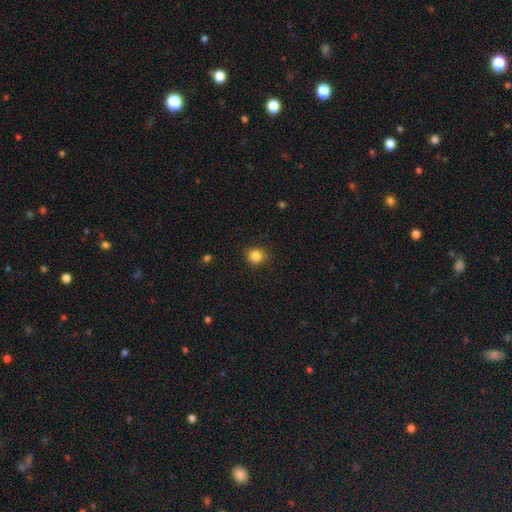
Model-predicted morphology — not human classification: The model was most divided on "smooth or featured": smooth: 85%, star or artifact: 11%, featured or disk: 4%. More confident: how rounded — round (90%); merging — none (87%).